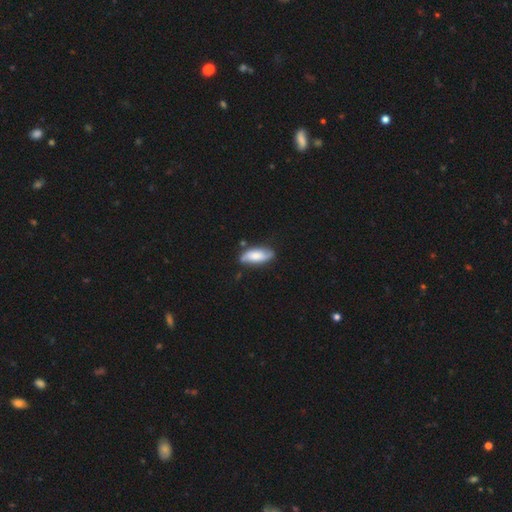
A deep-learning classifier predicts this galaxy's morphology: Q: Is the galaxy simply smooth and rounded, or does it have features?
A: smooth — 61%.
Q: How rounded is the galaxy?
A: in between — 79%.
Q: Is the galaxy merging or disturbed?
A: none — 74%.